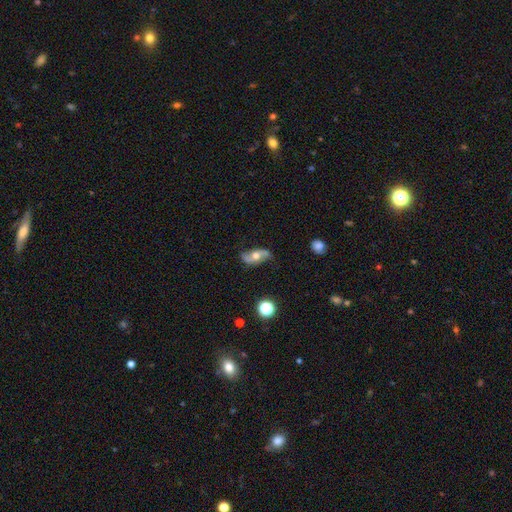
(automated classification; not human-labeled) Smooth or featured: featured or disk — 77% (smooth — 16%)
Edge-on disk: no — 92% (yes — 8%)
Bar: no — 66% (weak — 25%)
Spiral arms: yes — 91% (no — 9%)
Spiral winding: loose — 75% (medium — 19%)
Spiral arm count: 2 — 93% (can't tell — 3%)
Bulge size: moderate — 75% (small — 14%)
Merging: none — 78% (minor disturbance — 16%)